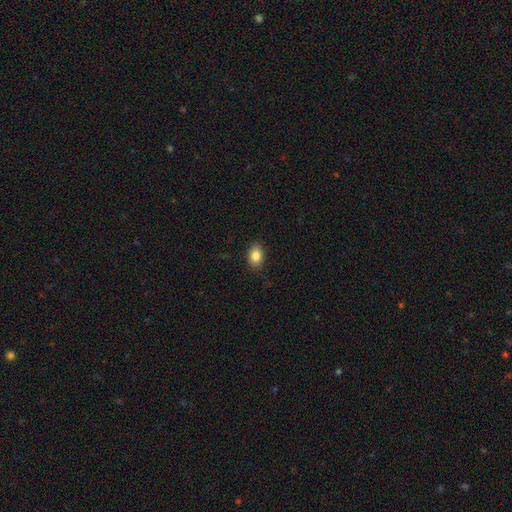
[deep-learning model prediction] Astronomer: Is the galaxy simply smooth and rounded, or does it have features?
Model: smooth — 85%.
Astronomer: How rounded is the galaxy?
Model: in between — 81%.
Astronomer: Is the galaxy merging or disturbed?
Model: none — 87%.